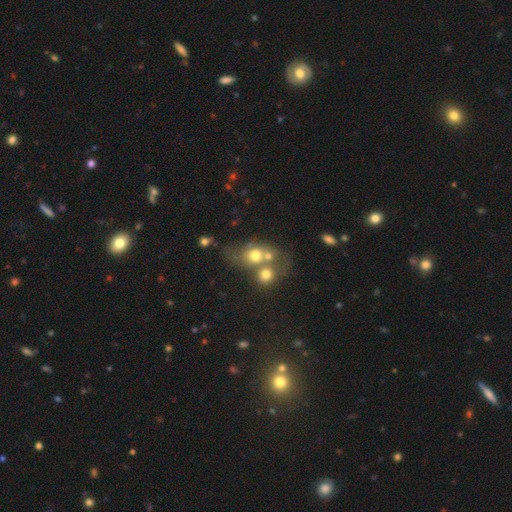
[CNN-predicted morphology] This appears to be a smooth galaxy with no disk features (67%) that is round (64%). Merging: merger (54%).